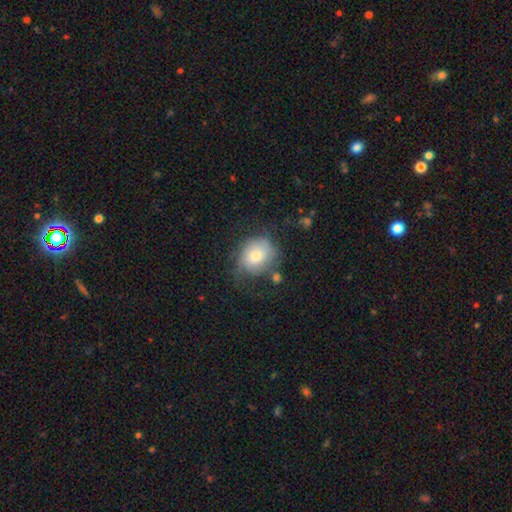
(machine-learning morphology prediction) smooth_or_featured: smooth (p=0.62) [alt: featured or disk p=0.29]
how_rounded: round (p=0.63) [alt: in between p=0.36]
merging: none (p=0.52) [alt: minor disturbance p=0.27]